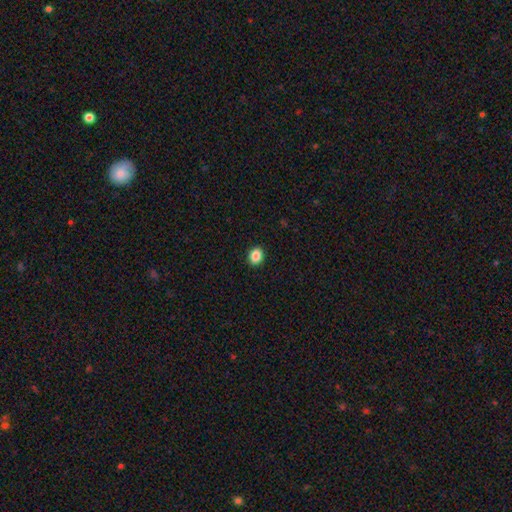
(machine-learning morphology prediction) smooth-or-featured: smooth: 87% | star or artifact: 9% | featured or disk: 4%
  how-rounded: round: 51% | in between: 48% | cigar-shaped: 1%
  merging: none: 91% | minor disturbance: 6% | major disturbance: 2% | merger: 1%